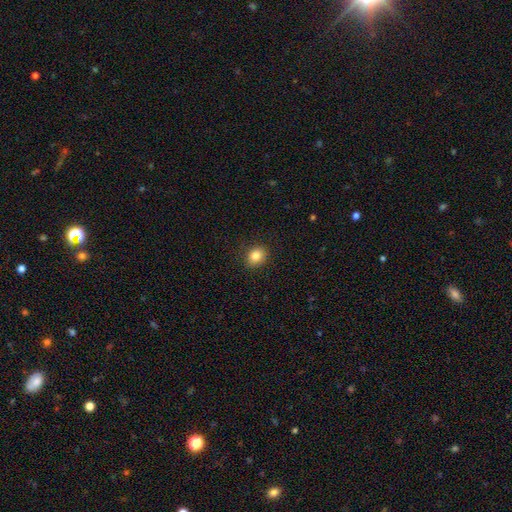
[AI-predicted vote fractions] smooth_or_featured: smooth (p=0.84) [alt: star or artifact p=0.10]
how_rounded: round (p=0.58) [alt: in between p=0.42]
merging: none (p=0.89) [alt: minor disturbance p=0.08]